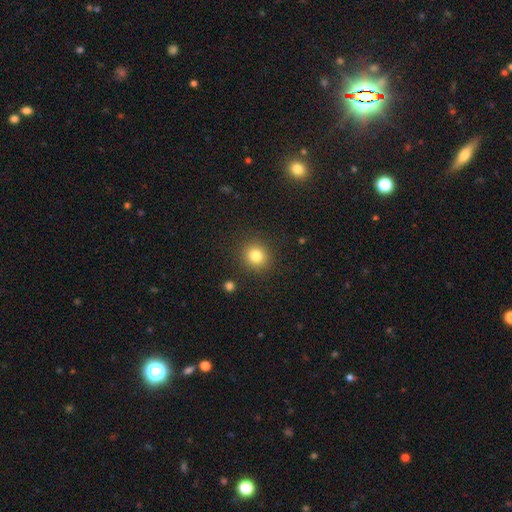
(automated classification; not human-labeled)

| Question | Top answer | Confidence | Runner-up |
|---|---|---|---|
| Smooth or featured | smooth | 82% | star or artifact (12%) |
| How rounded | round | 87% | in between (12%) |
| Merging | none | 89% | minor disturbance (7%) |